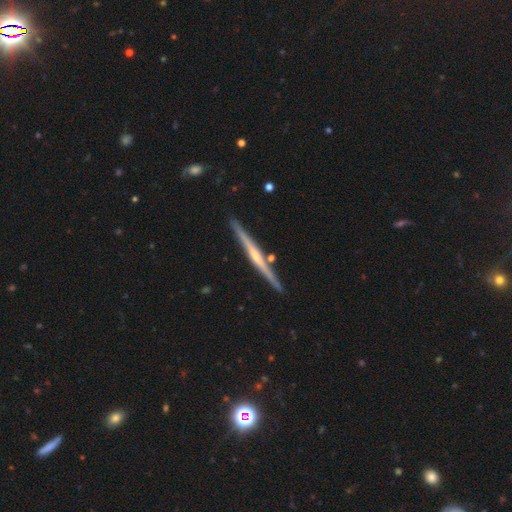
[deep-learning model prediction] Smooth or featured?
  - featured or disk: 74% *
  - smooth: 21%
  - star or artifact: 5%
Edge-on disk?
  - yes: 98% *
  - no: 2%
Edge-on bulge?
  - rounded: 52% *
  - none: 39%
  - boxy: 9%
Merging?
  - none: 87% *
  - minor disturbance: 8%
  - merger: 3%
  - major disturbance: 1%